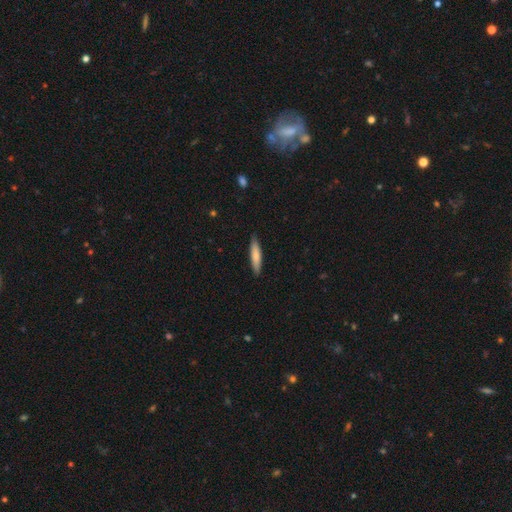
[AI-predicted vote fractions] A smooth galaxy with no disk features (76%) that is cigar-shaped (84%).

Vote fractions:
- Smooth or featured? smooth: 76% / featured or disk: 19% / star or artifact: 5%
- How rounded? cigar-shaped: 84% / in between: 15% / round: 1%
- Merging? none: 89% / minor disturbance: 8% / major disturbance: 1% / merger: 1%